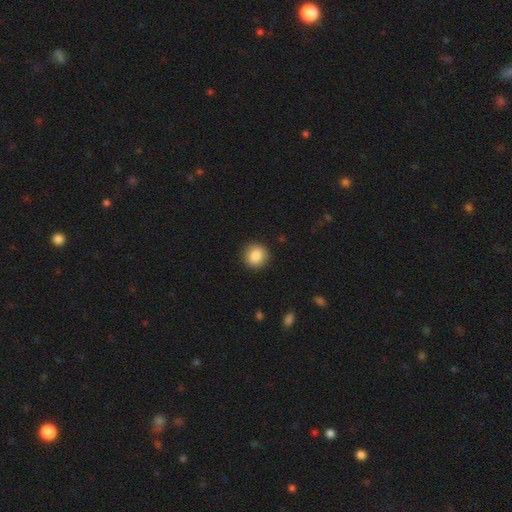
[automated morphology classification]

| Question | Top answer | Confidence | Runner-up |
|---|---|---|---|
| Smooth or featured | smooth | 88% | star or artifact (8%) |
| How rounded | round | 89% | in between (10%) |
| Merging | none | 90% | minor disturbance (7%) |